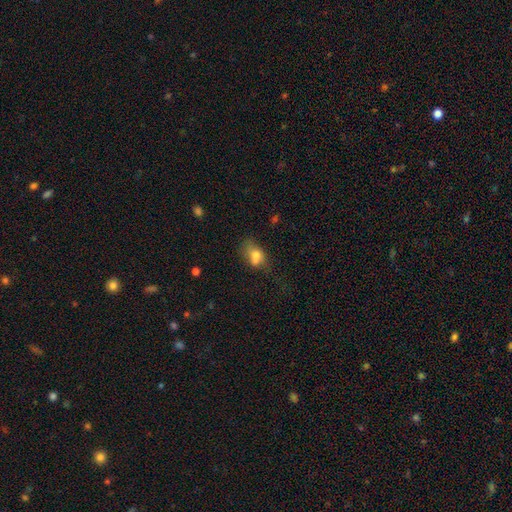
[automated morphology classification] Smooth or featured: smooth — 71% (featured or disk — 18%)
How rounded: in between — 72% (round — 25%)
Merging: none — 33% (merger — 30%)